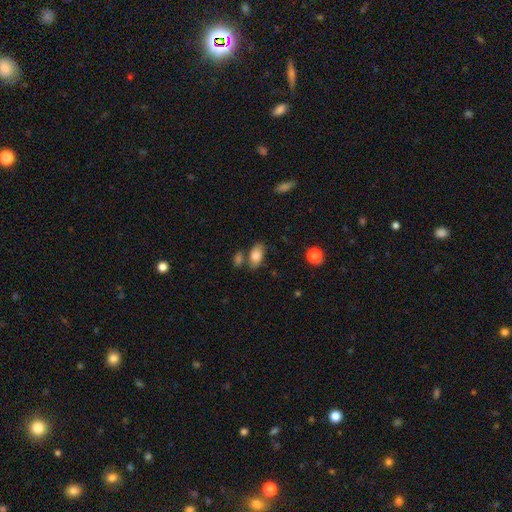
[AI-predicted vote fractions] smooth 80%, featured or disk 12%, star or artifact 8%. Down the decision tree: how rounded — in between (90%); merging — none (62%).